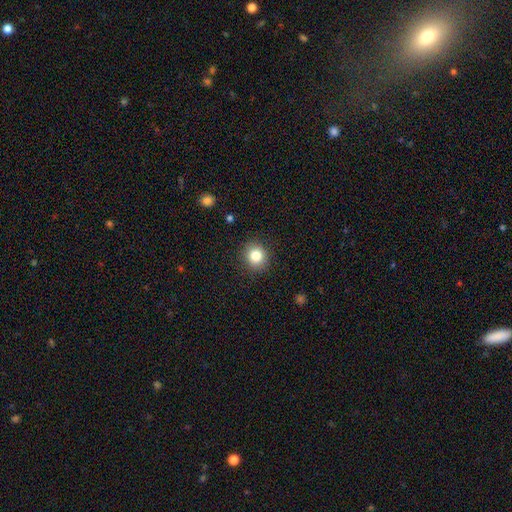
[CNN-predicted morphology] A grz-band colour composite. It shows a smooth galaxy with no disk features (83%) that is round (86%). Merging: none (90%).